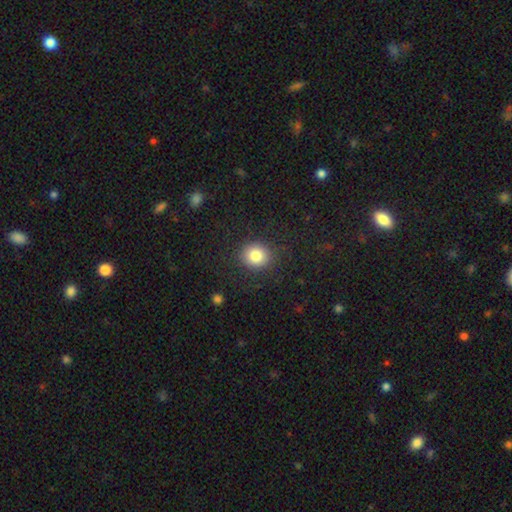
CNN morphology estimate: Smooth or featured?
  - smooth: 83% *
  - star or artifact: 10%
  - featured or disk: 7%
How rounded?
  - round: 82% *
  - in between: 17%
  - cigar-shaped: 1%
Merging?
  - none: 87% *
  - minor disturbance: 8%
  - major disturbance: 4%
  - merger: 1%